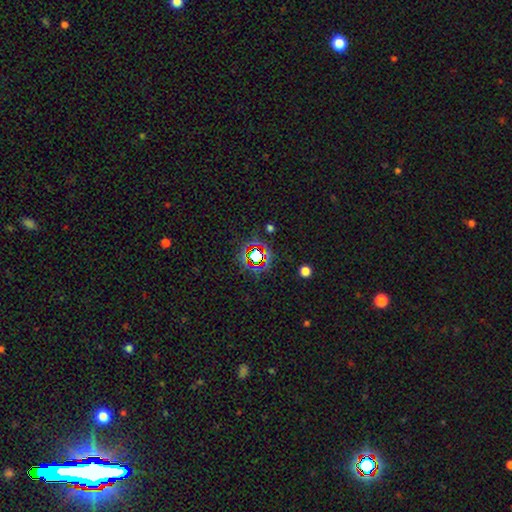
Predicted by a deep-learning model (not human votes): This is likely a star or artifact rather than a galaxy (71%).